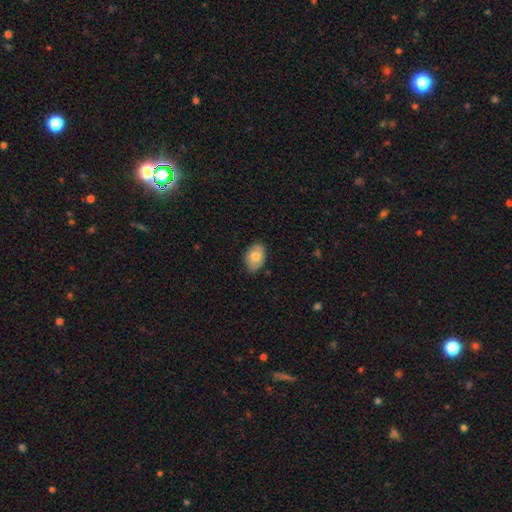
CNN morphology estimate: type=smooth (71%); roundness=in between (85%); merging=none (77%).